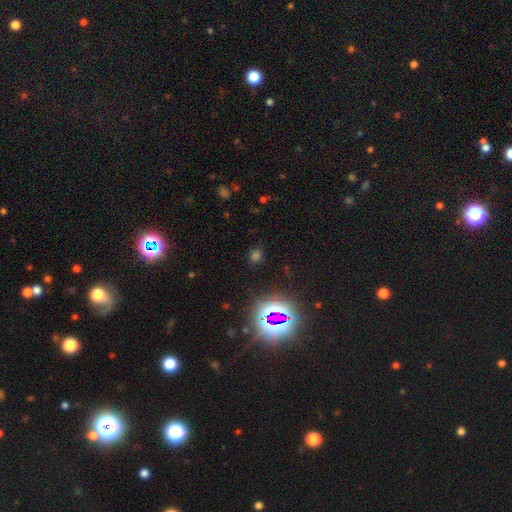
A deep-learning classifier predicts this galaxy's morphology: smooth-or-featured: star or artifact: 54% | smooth: 39% | featured or disk: 7%